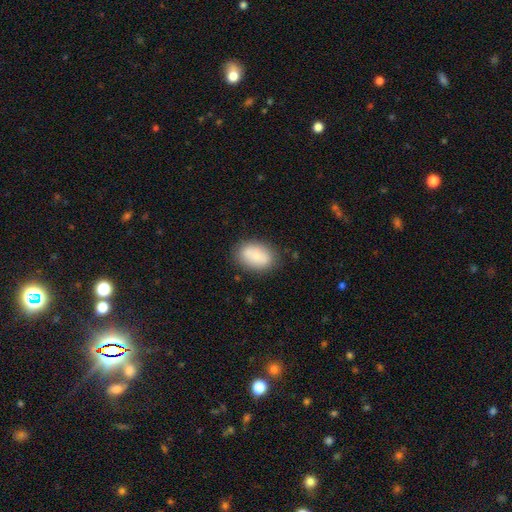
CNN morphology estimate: Q: Smooth or featured?
A: smooth (82%); runner-up: featured or disk (11%)
Q: How rounded?
A: in between (89%); runner-up: round (10%)
Q: Merging?
A: none (79%); runner-up: minor disturbance (15%)